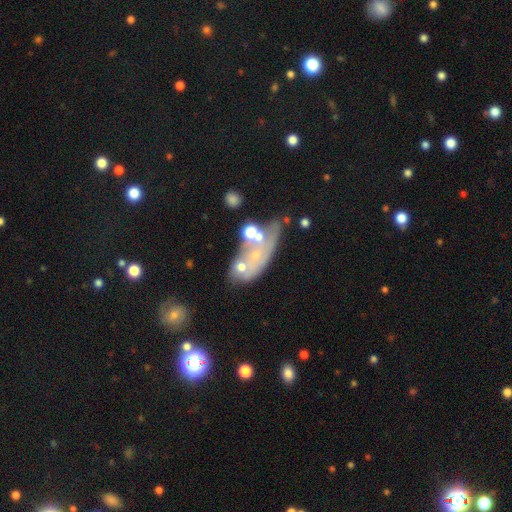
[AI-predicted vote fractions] The model was most divided on "merging": none: 31%, merger: 30%, minor disturbance: 20%, major disturbance: 18%. More confident: edge-on disk — no (89%); smooth or featured — featured or disk (54%).